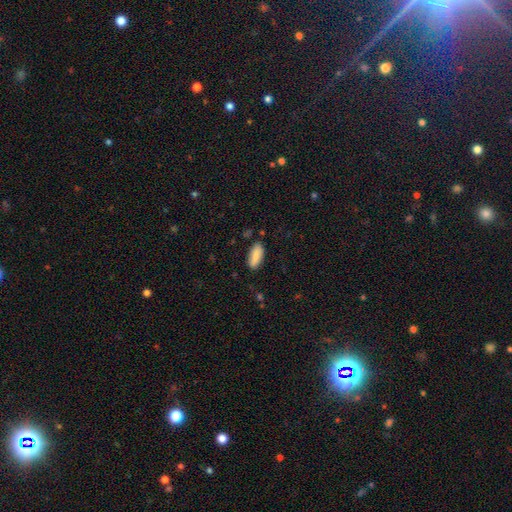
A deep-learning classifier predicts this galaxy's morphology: A smooth galaxy with no disk features (86%) that is in between round and cigar-shaped (82%).

Vote fractions:
- Smooth or featured? smooth: 86% / featured or disk: 7% / star or artifact: 6%
- How rounded? in between: 82% / cigar-shaped: 16% / round: 2%
- Merging? none: 81% / minor disturbance: 14% / major disturbance: 3% / merger: 2%